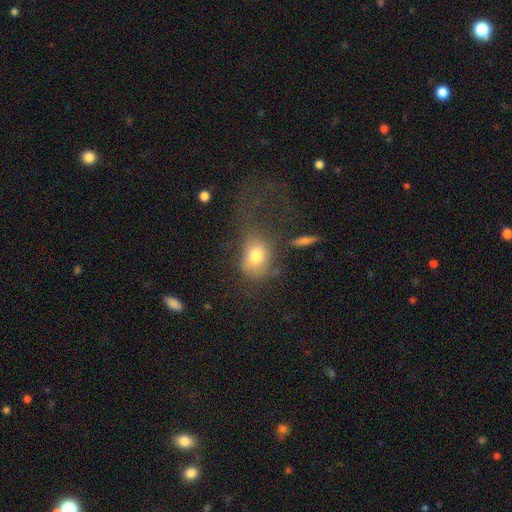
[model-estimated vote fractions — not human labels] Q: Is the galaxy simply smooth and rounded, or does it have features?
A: smooth — 73%.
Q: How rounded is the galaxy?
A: in between — 56%.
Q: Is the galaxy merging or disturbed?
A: major disturbance — 49%.